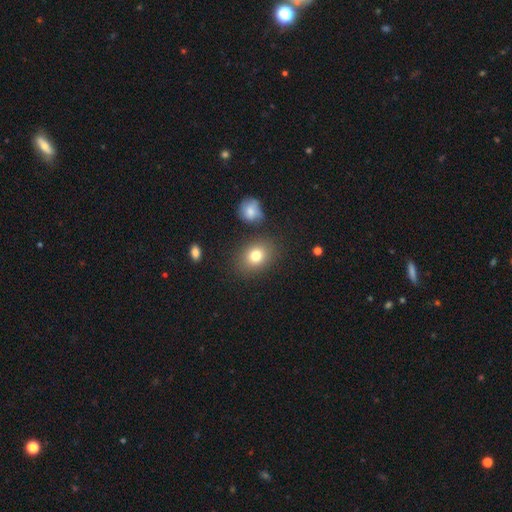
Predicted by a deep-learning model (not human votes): The model was most divided on "how rounded": in between: 50%, round: 49%, cigar-shaped: 1%. More confident: merging — none (81%); smooth or featured — smooth (80%).